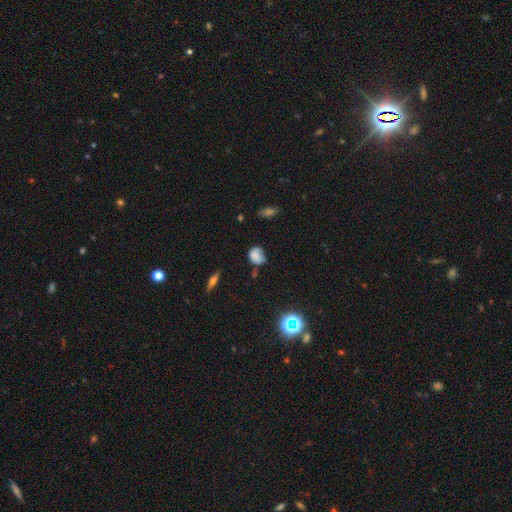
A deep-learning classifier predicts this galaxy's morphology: smooth 69%, featured or disk 19%, star or artifact 12%. Down the decision tree: how rounded — round (50%); merging — none (47%).